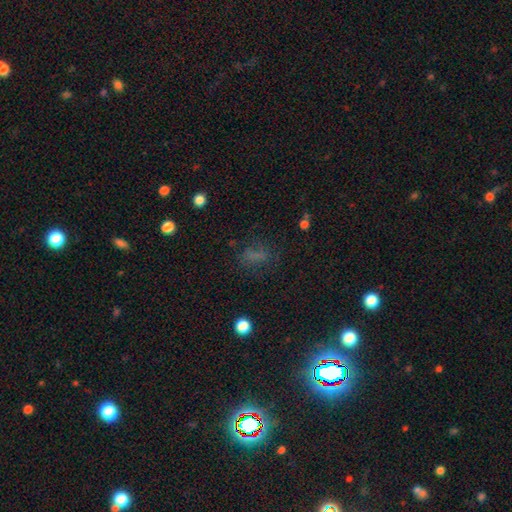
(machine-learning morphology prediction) Smooth or featured: smooth — 59% (star or artifact — 27%)
How rounded: in between — 66% (round — 17%)
Merging: none — 67% (minor disturbance — 17%)